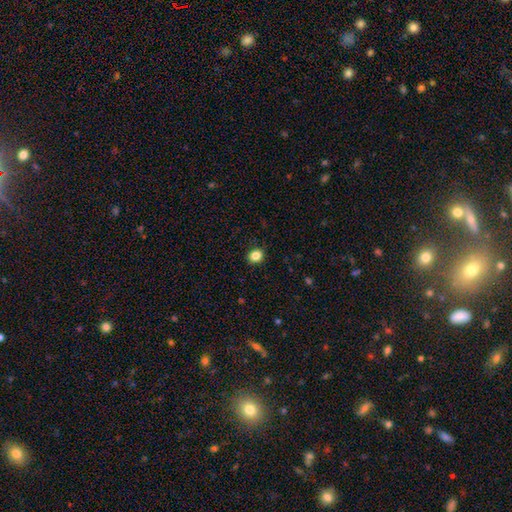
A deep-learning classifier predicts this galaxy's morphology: A smooth galaxy with no disk features (85%) that is round (69%). Merging: none (90%).